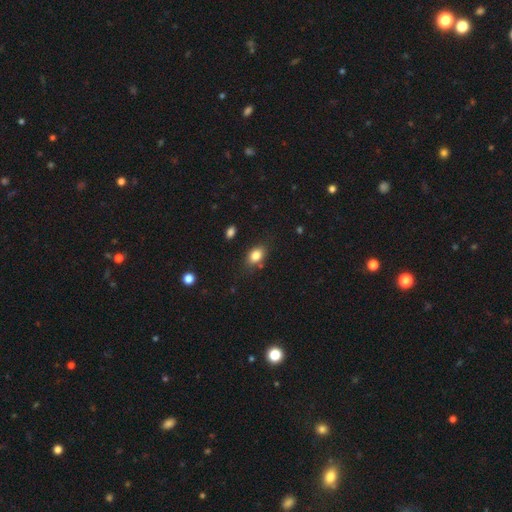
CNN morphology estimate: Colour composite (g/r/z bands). It shows a smooth galaxy with no disk features (83%) that is in between round and cigar-shaped (80%). Merging: none (79%).